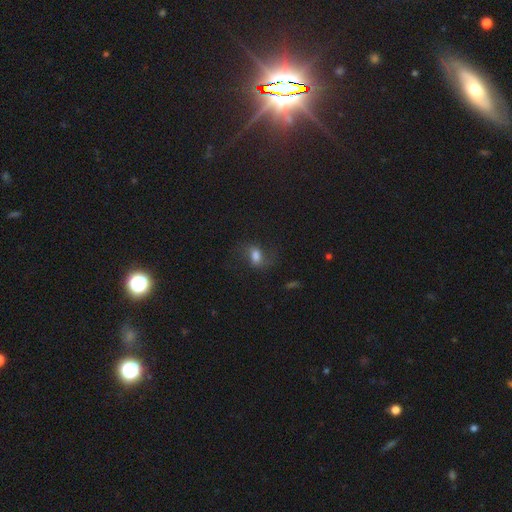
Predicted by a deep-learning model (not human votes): This appears to be a smooth galaxy with no disk features (51%) that is in between round and cigar-shaped (72%). Merging: none (61%).